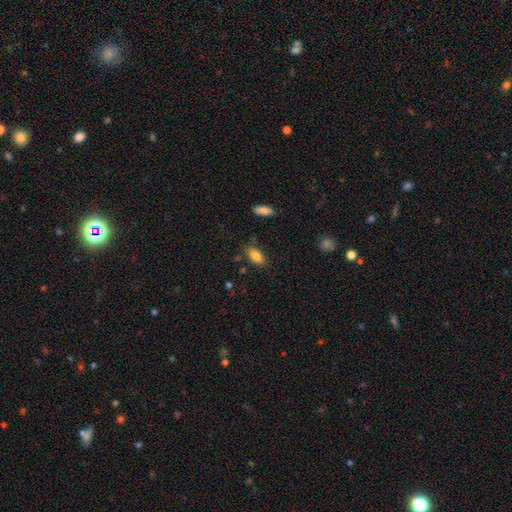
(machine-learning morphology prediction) Smooth or featured?
  - smooth: 84% *
  - featured or disk: 8%
  - star or artifact: 8%
How rounded?
  - in between: 89% *
  - cigar-shaped: 8%
  - round: 3%
Merging?
  - none: 79% *
  - minor disturbance: 15%
  - major disturbance: 3%
  - merger: 3%